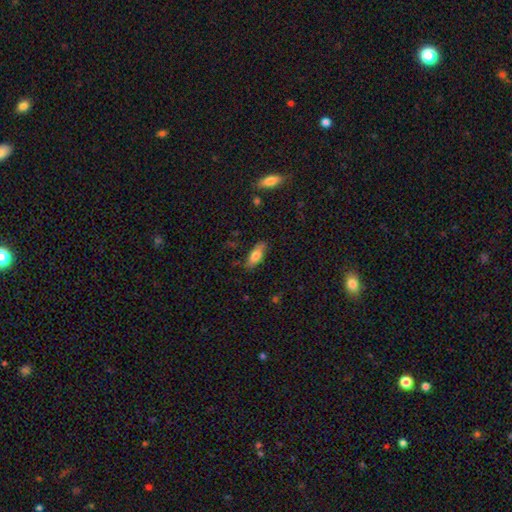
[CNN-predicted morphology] smooth 74%, featured or disk 19%, star or artifact 7%. Down the decision tree: how rounded — in between (73%); merging — none (78%).